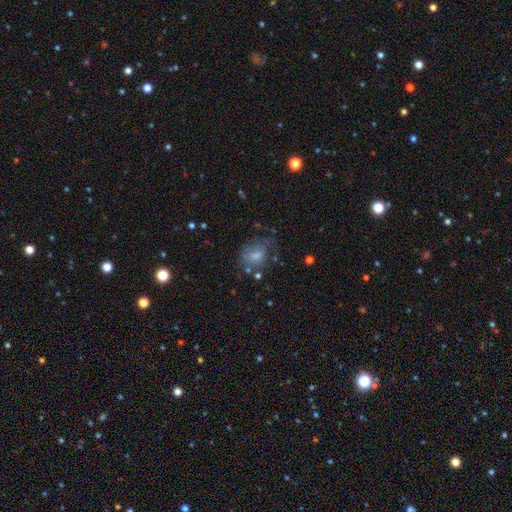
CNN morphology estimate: The model was most divided on "how rounded": in between: 56%, round: 42%, cigar-shaped: 1%. Remaining: smooth or featured — smooth (66%); merging — none (46%).